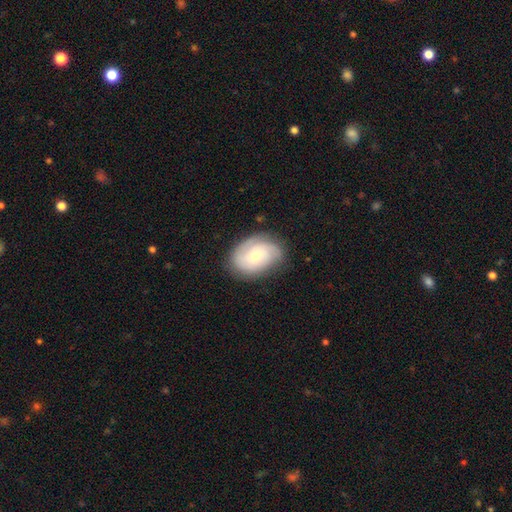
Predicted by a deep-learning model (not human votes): Smooth or featured? featured or disk (58%)
Edge-on disk? no (95%)
Bar? no (74%)
Spiral arms? yes (85%)
Bulge size? moderate (57%)
Merging? none (74%)